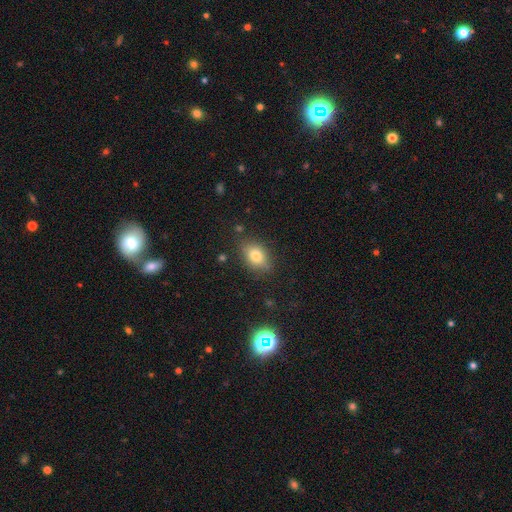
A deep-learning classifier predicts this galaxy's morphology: Smooth or featured? smooth (78%)
How rounded? in between (74%)
Merging? none (80%)